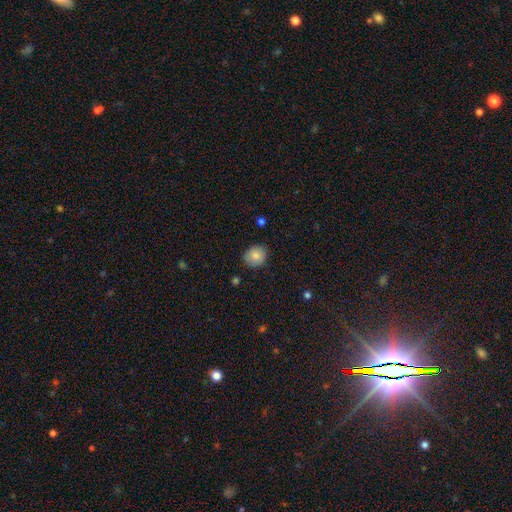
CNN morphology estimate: A smooth galaxy with no disk features (83%) that is round (64%). Merging: none (83%).